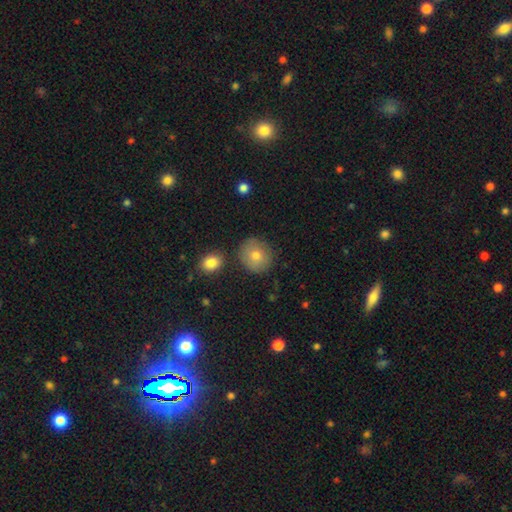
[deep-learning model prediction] This is likely a smooth galaxy (76%). How rounded: clearly round (84%). Merging: clearly none (84%).